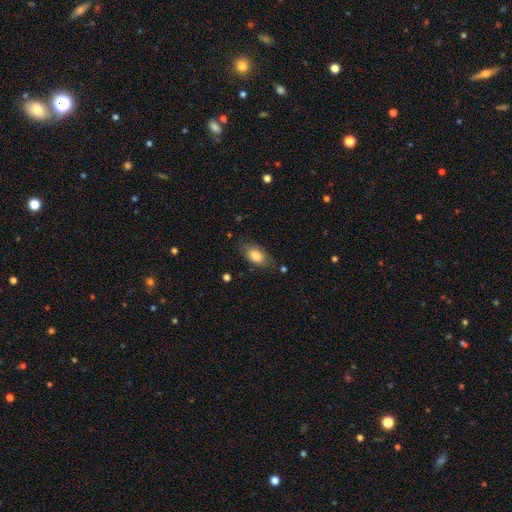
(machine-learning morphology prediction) Smooth or featured? smooth (81%)
How rounded? in between (89%)
Merging? none (77%)